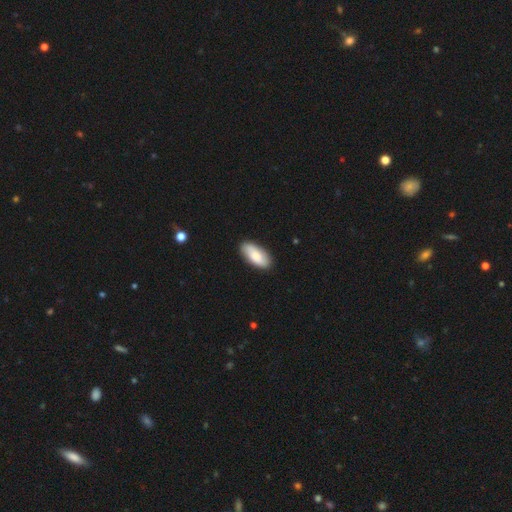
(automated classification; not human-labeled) This appears to be a smooth galaxy with no disk features (77%) that is in between round and cigar-shaped (88%). Merging: none (87%).